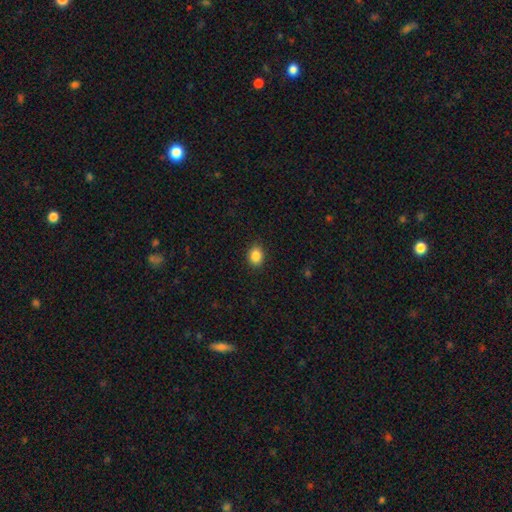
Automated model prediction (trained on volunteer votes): Smooth or featured: smooth — 87% (star or artifact — 9%)
How rounded: in between — 52% (round — 47%)
Merging: none — 88% (minor disturbance — 9%)